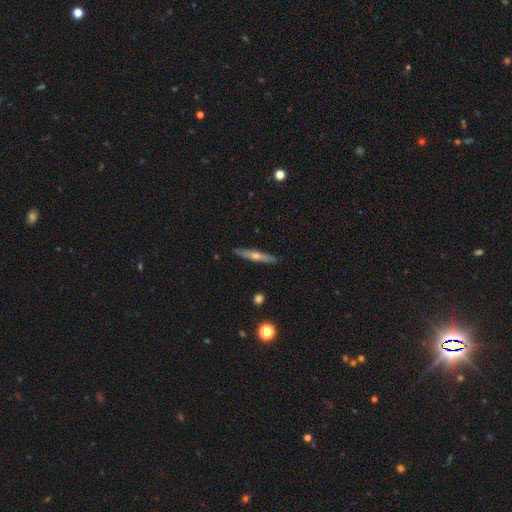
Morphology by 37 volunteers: A featured or disk galaxy (78%) viewed edge-on (100%) with a rounded central bulge (90%).

Vote fractions:
- Smooth or featured? featured or disk: 78% / smooth: 16% / star or artifact: 5%
- Edge-on disk? yes: 100% / no: 0%
- Edge-on bulge? rounded: 90% / none: 7% / boxy: 3%
- Merging? none: 89% / minor disturbance: 6% / major disturbance: 3% / merger: 3%